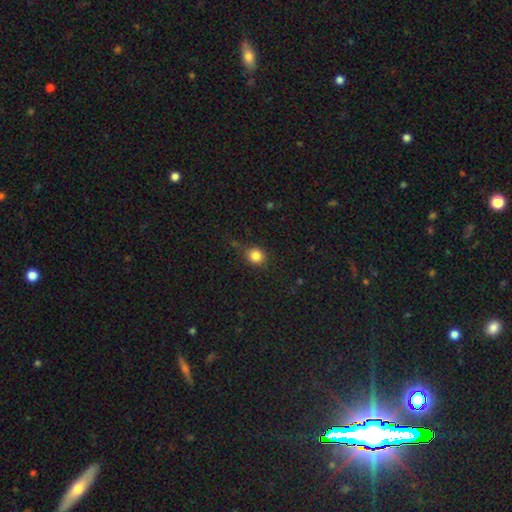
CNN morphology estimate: Smooth or featured?
  - smooth: 84% *
  - star or artifact: 11%
  - featured or disk: 5%
How rounded?
  - round: 82% *
  - in between: 17%
  - cigar-shaped: 1%
Merging?
  - none: 78% *
  - minor disturbance: 15%
  - major disturbance: 4%
  - merger: 2%